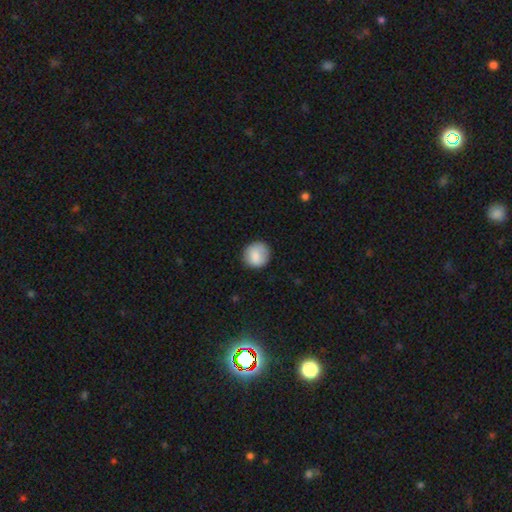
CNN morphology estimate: smooth-or-featured: smooth: 84% | featured or disk: 8% | star or artifact: 7%
  how-rounded: round: 88% | in between: 11% | cigar-shaped: 1%
  merging: none: 83% | minor disturbance: 13% | major disturbance: 3% | merger: 1%